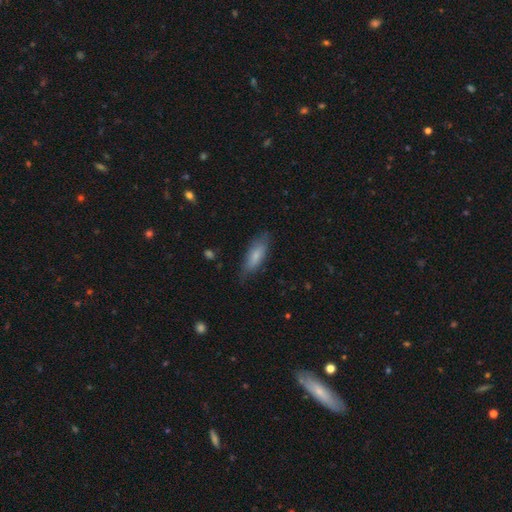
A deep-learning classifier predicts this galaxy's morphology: smooth-or-featured: smooth: 75% | featured or disk: 18% | star or artifact: 6%
  how-rounded: in between: 59% | cigar-shaped: 39% | round: 2%
  merging: none: 73% | minor disturbance: 21% | major disturbance: 5% | merger: 1%